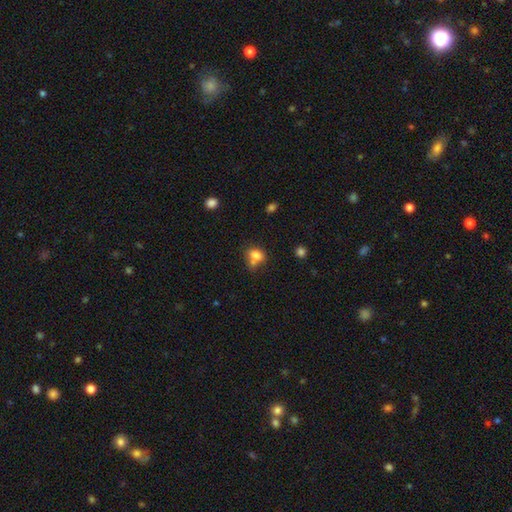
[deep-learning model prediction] Morphology: type=smooth (78%); roundness=in between (62%); merging=none (41%).